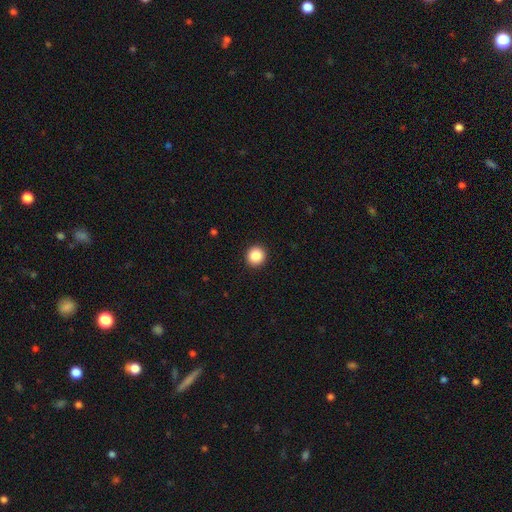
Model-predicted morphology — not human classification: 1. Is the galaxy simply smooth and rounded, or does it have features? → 87% smooth, 9% star or artifact, 4% featured or disk.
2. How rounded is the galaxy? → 94% round, 5% in between, 1% cigar-shaped.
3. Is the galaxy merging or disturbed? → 93% none, 4% minor disturbance, 2% major disturbance, 1% merger.